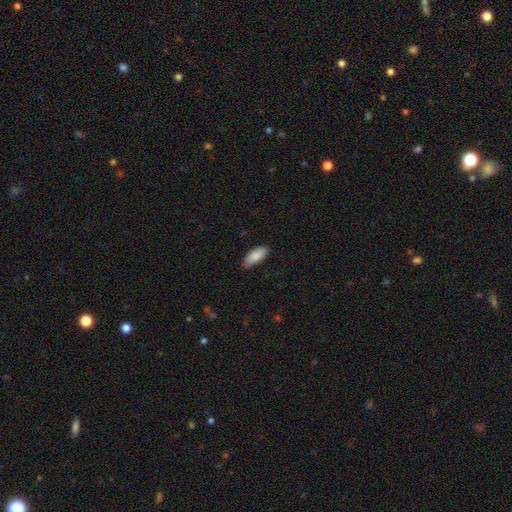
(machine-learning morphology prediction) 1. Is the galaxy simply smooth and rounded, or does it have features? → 88% smooth, 6% featured or disk, 6% star or artifact.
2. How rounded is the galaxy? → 85% in between, 13% cigar-shaped, 2% round.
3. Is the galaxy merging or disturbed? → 78% none, 19% minor disturbance, 2% major disturbance, 1% merger.